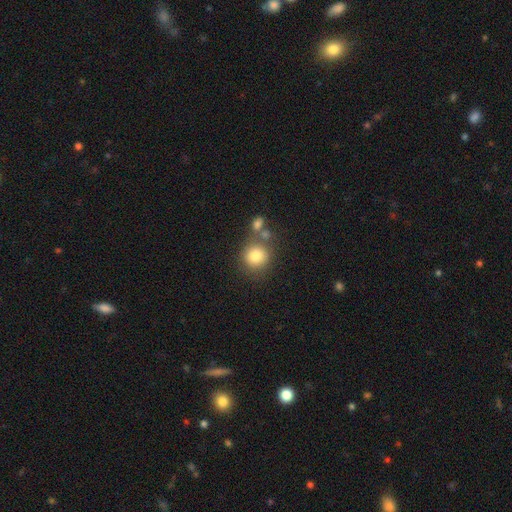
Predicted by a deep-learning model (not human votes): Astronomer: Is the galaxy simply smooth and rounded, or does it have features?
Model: smooth — 82%.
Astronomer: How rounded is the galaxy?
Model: round — 87%.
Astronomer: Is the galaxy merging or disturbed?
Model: none — 63%.